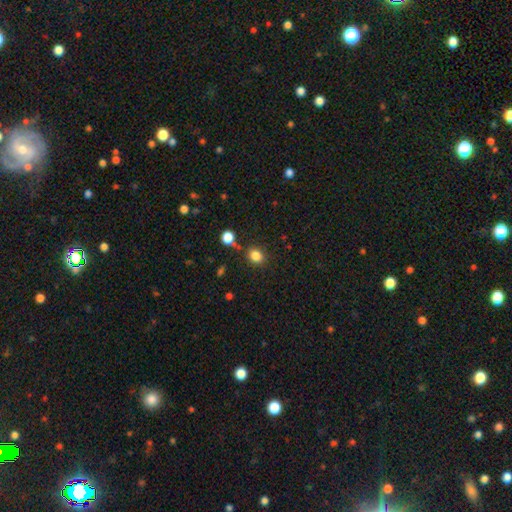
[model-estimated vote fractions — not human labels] Q: Smooth or featured?
A: smooth (83%); runner-up: star or artifact (12%)
Q: How rounded?
A: round (64%); runner-up: in between (35%)
Q: Merging?
A: none (77%); runner-up: minor disturbance (12%)